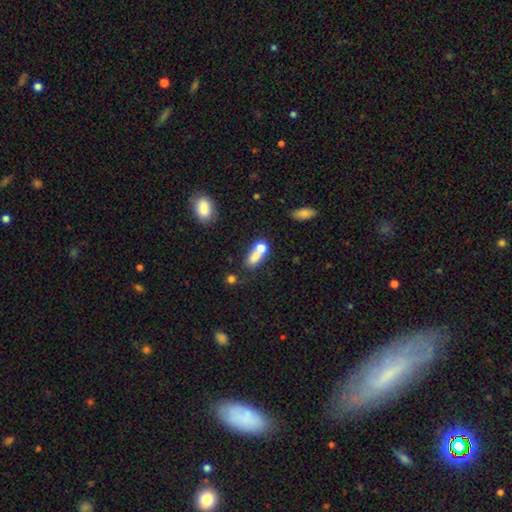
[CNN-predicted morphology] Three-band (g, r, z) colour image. It shows a smooth galaxy with no disk features (70%) that is in between round and cigar-shaped (63%). Merging: merger (53%).